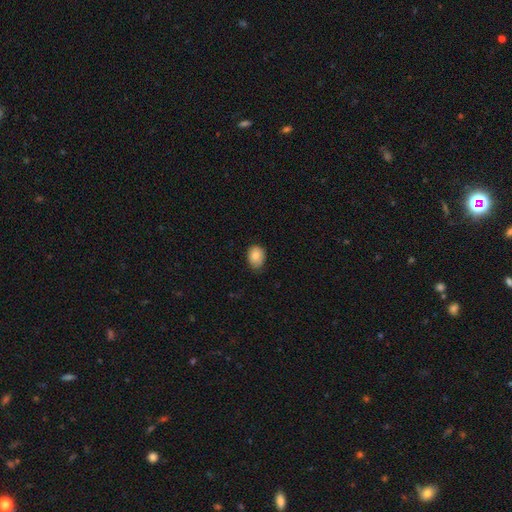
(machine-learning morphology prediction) A smooth galaxy with no disk features (85%) that is in between round and cigar-shaped (68%). Merging: none (73%).